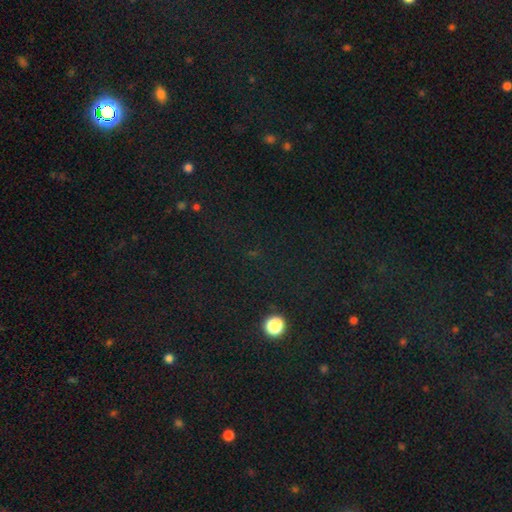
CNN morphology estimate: Smooth or featured?
  - star or artifact: 71% *
  - smooth: 20%
  - featured or disk: 9%